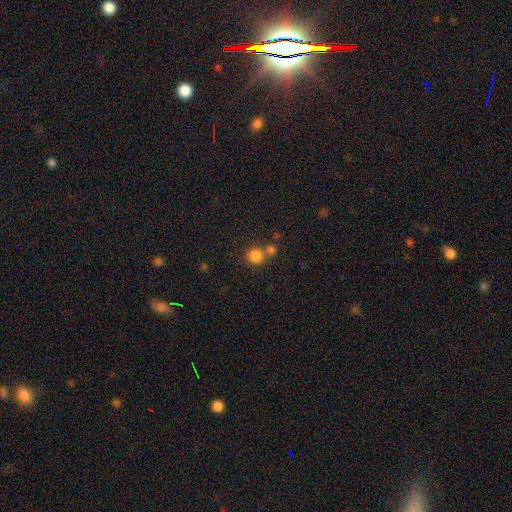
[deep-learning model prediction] This is clearly a smooth galaxy (84%). How rounded: clearly round (90%). Merging: likely none (63%).